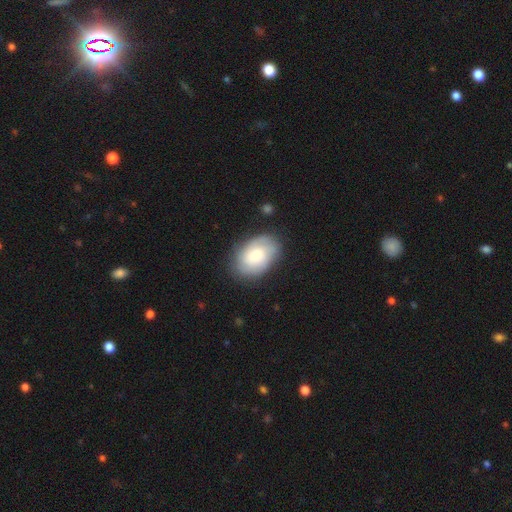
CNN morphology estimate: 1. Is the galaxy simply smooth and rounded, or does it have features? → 62% smooth, 31% featured or disk, 7% star or artifact.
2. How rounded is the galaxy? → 87% in between, 12% round, 1% cigar-shaped.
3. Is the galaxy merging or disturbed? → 74% none, 18% minor disturbance, 6% major disturbance, 2% merger.